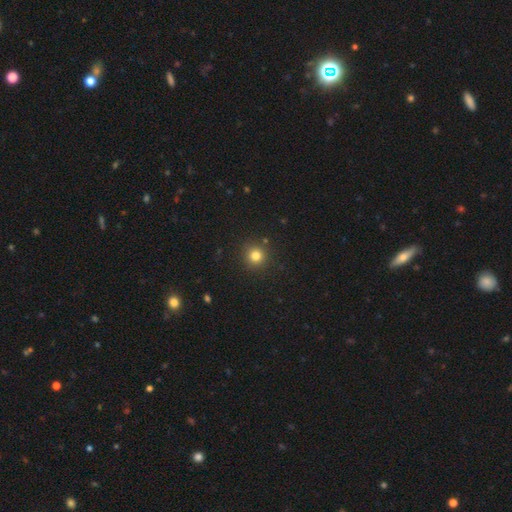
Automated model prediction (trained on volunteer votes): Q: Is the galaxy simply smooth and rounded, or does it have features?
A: smooth — 80%.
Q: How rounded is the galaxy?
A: round — 94%.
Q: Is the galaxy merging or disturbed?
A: none — 89%.